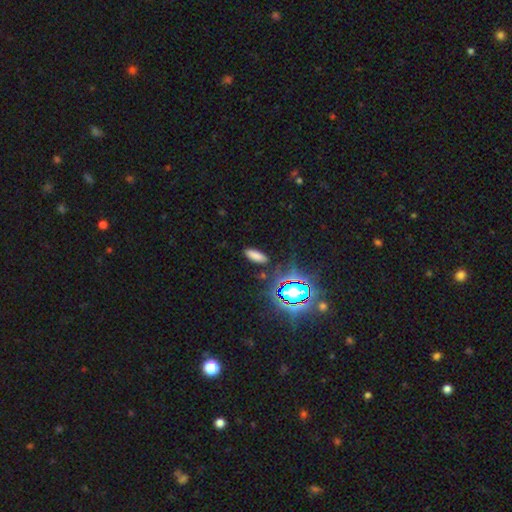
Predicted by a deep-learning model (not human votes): A smooth galaxy with no disk features (71%) that is in between round and cigar-shaped (66%). Merging: none (86%).